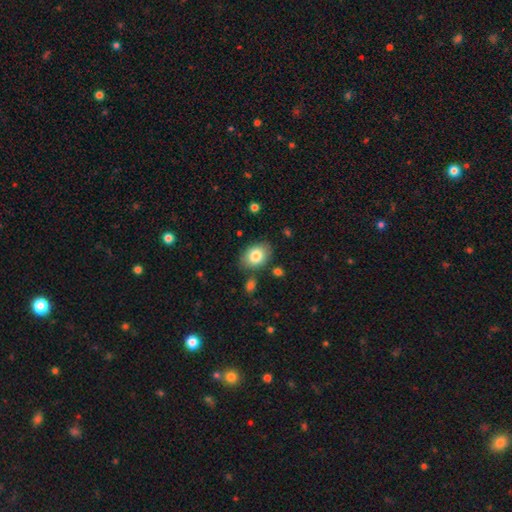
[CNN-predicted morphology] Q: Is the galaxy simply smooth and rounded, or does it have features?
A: smooth — 81%.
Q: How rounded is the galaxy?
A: in between — 76%.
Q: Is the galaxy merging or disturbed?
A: none — 79%.